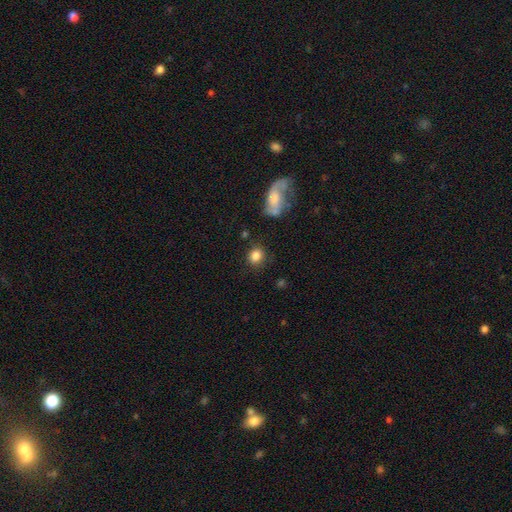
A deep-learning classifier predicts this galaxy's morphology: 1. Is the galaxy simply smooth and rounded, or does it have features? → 84% smooth, 10% star or artifact, 6% featured or disk.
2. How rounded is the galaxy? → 80% round, 19% in between, 1% cigar-shaped.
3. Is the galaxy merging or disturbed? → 83% none, 10% minor disturbance, 4% major disturbance, 3% merger.